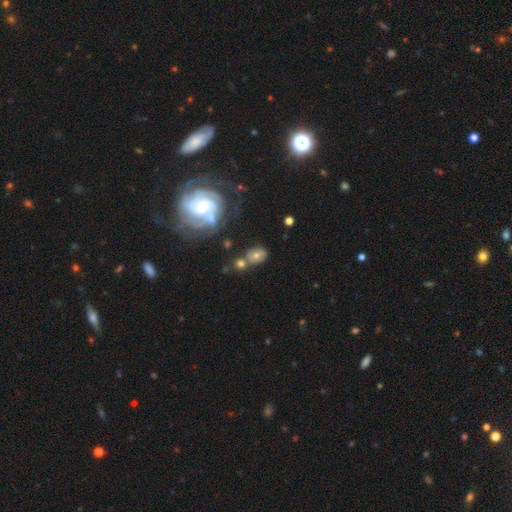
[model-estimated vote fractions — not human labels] smooth 45%, featured or disk 42%, star or artifact 13%. Down the decision tree: merging — none (55%).